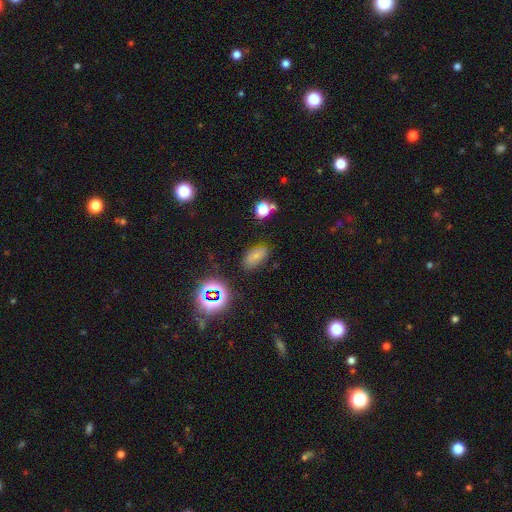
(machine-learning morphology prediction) Q: Smooth or featured?
A: smooth (65%); runner-up: star or artifact (21%)
Q: How rounded?
A: in between (88%); runner-up: round (8%)
Q: Merging?
A: none (76%); runner-up: minor disturbance (16%)